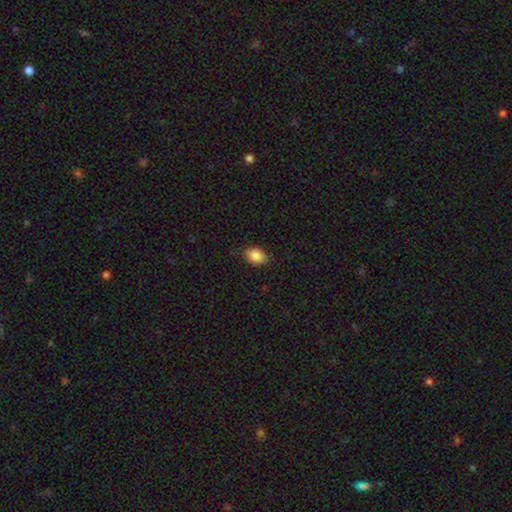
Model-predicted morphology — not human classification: smooth_or_featured: smooth (p=0.87) [alt: star or artifact p=0.08]
how_rounded: in between (p=0.84) [alt: round p=0.15]
merging: none (p=0.84) [alt: minor disturbance p=0.13]